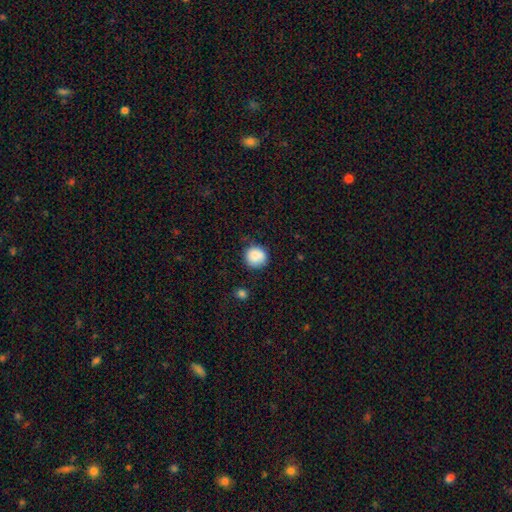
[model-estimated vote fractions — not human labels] smooth_or_featured: smooth (p=0.86) [alt: star or artifact p=0.09]
how_rounded: round (p=0.92) [alt: in between p=0.07]
merging: none (p=0.77) [alt: minor disturbance p=0.16]